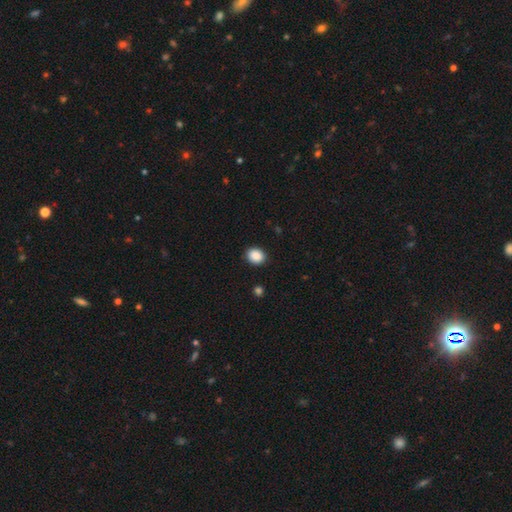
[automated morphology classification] Overall: smooth (89%). How rounded: round (57%; in between 42%). Merging: none (89%).